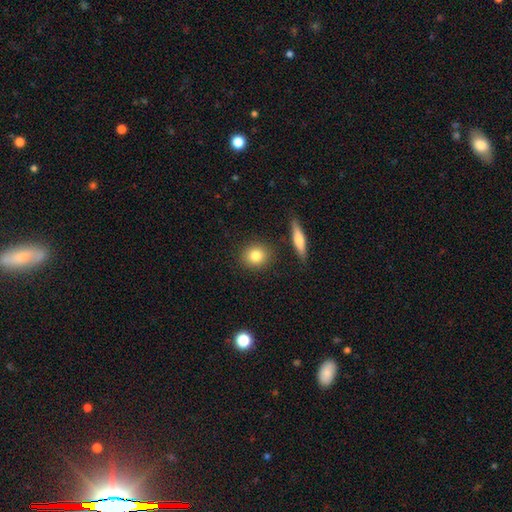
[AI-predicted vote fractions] A smooth galaxy with no disk features (82%) that is round (82%). Merging: none (87%).